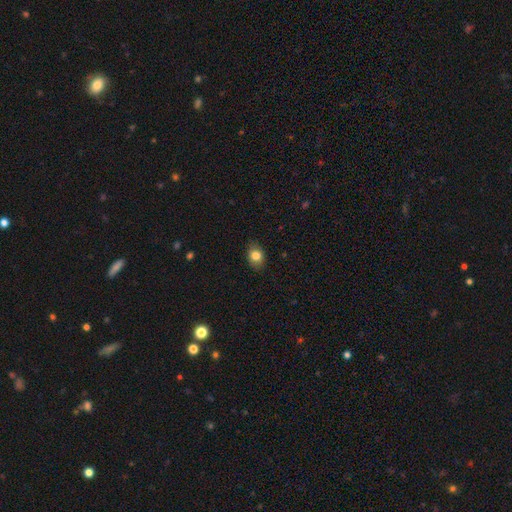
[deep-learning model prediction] smooth 82%, star or artifact 9%, featured or disk 9%. Down the decision tree: how rounded — in between (61%); merging — none (82%).